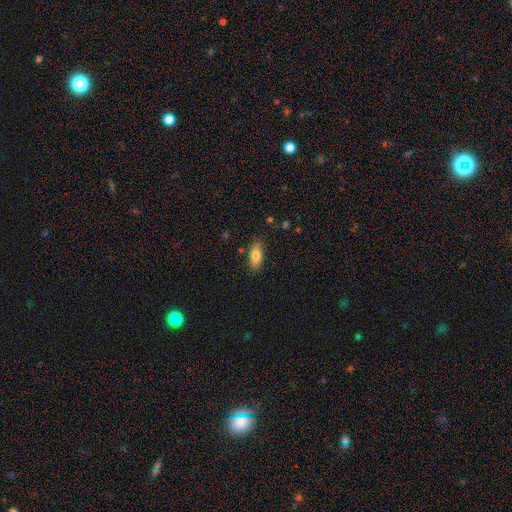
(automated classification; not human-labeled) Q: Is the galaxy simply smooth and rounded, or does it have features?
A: smooth — 81%.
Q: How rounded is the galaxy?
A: in between — 84%.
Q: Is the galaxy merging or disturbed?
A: none — 84%.